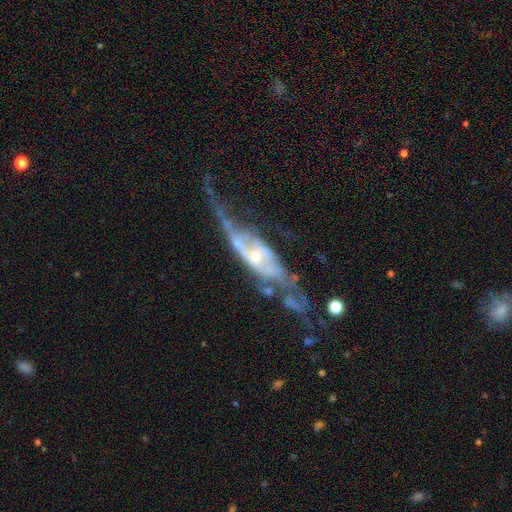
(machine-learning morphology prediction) Smooth or featured? featured or disk (81%)
Edge-on disk? no (70%)
Bar? no (63%)
Spiral arms? yes (65%)
Bulge size? small (50%)
Merging? none (33%)